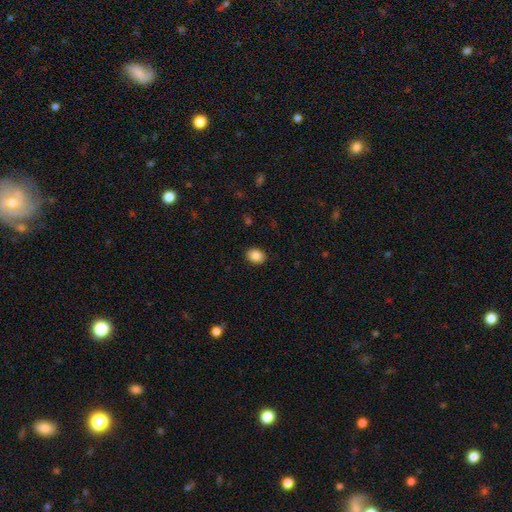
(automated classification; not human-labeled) A smooth galaxy with no disk features (87%) that is in between round and cigar-shaped (60%).

Vote fractions:
- Smooth or featured? smooth: 87% / star or artifact: 8% / featured or disk: 4%
- How rounded? in between: 60% / round: 39% / cigar-shaped: 1%
- Merging? none: 90% / minor disturbance: 7% / major disturbance: 2% / merger: 1%